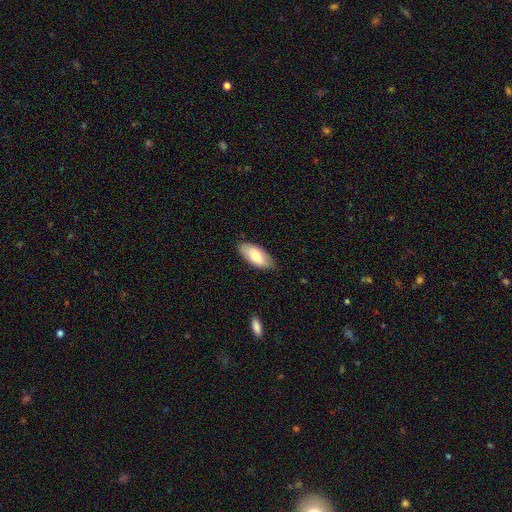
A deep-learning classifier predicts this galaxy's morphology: Overall: smooth (77%). How rounded: in between (90%). Merging: none (83%).